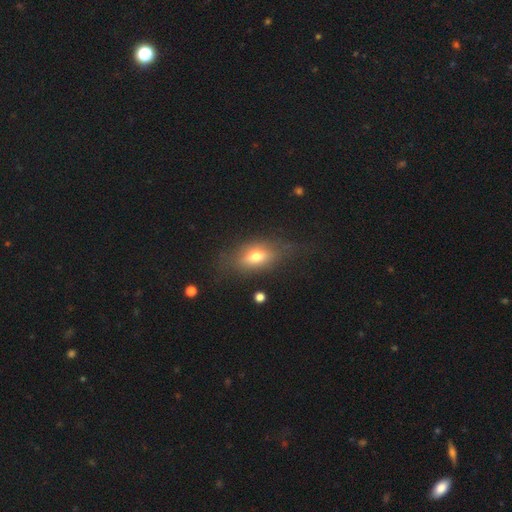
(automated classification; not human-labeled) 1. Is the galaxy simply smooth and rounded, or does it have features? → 63% smooth, 26% featured or disk, 11% star or artifact.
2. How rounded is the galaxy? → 79% in between, 12% round, 9% cigar-shaped.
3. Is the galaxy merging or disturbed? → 62% none, 21% minor disturbance, 14% major disturbance, 2% merger.